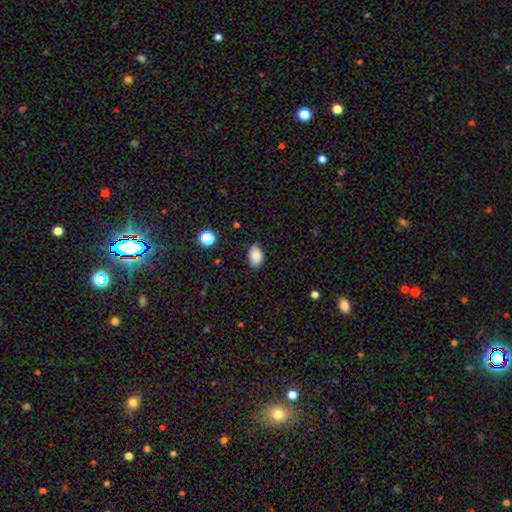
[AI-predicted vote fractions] smooth_or_featured: smooth (p=0.85) [alt: star or artifact p=0.09]
how_rounded: in between (p=0.91) [alt: round p=0.08]
merging: none (p=0.78) [alt: minor disturbance p=0.18]